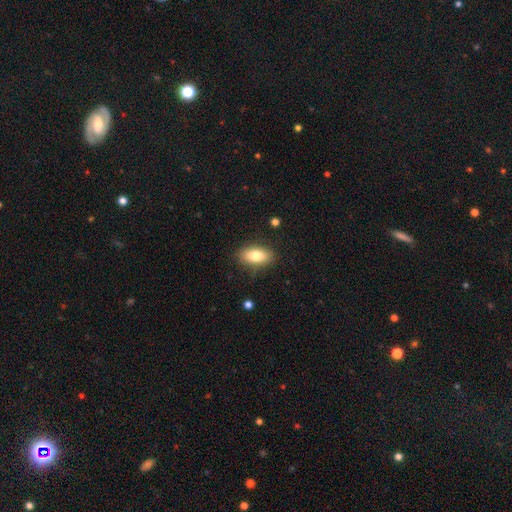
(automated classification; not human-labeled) Smooth or featured: smooth — 80% (featured or disk — 13%)
How rounded: in between — 88% (cigar-shaped — 6%)
Merging: none — 85% (minor disturbance — 11%)